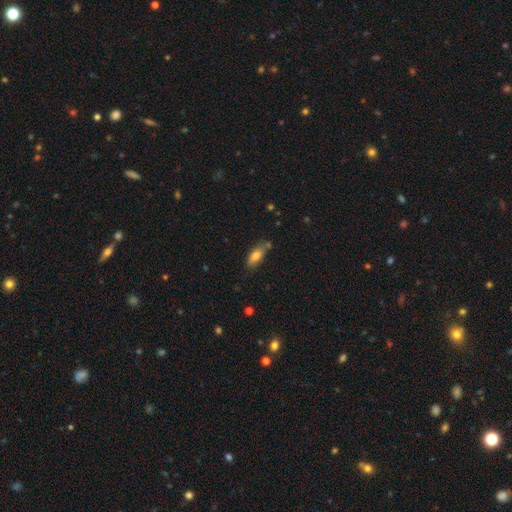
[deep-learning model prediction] smooth_or_featured: smooth (p=0.77) [alt: featured or disk p=0.15]
how_rounded: in between (p=0.79) [alt: cigar-shaped p=0.18]
merging: none (p=0.63) [alt: minor disturbance p=0.23]